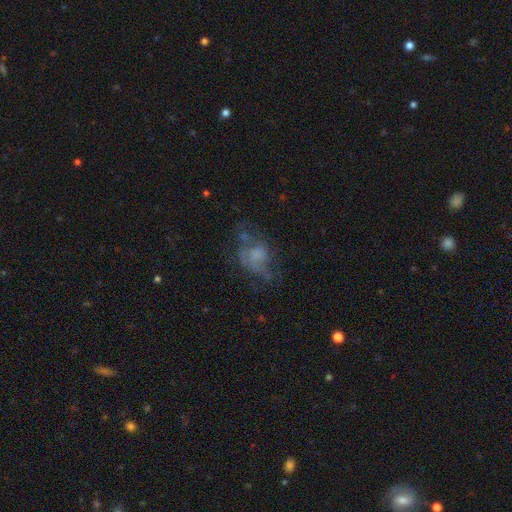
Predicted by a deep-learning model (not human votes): Smooth or featured? Predicted: featured or disk (p=0.48). Merging? Predicted: major disturbance (p=0.37, tied with none).